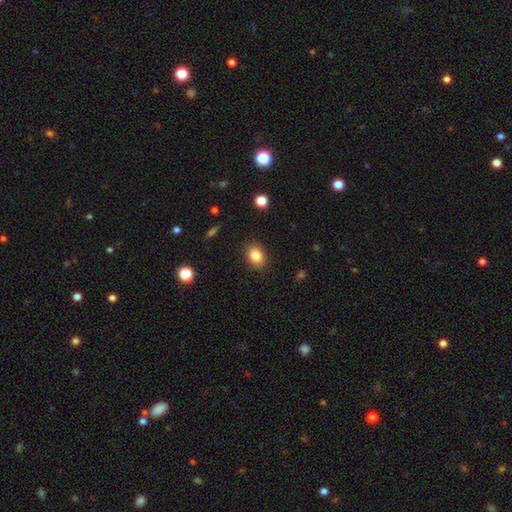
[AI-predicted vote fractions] A smooth galaxy with no disk features (85%) that is in between round and cigar-shaped (63%).

Vote fractions:
- Smooth or featured? smooth: 85% / star or artifact: 9% / featured or disk: 6%
- How rounded? in between: 63% / round: 36% / cigar-shaped: 1%
- Merging? none: 87% / minor disturbance: 9% / major disturbance: 3% / merger: 1%